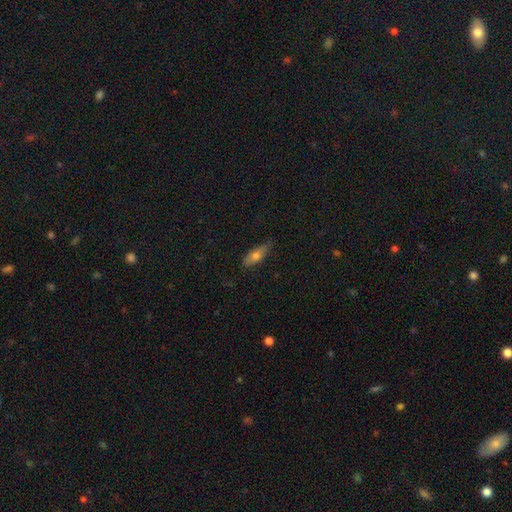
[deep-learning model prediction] Smooth or featured? Predicted: smooth (p=0.66). How rounded? Predicted: in between (p=0.60). Merging? Predicted: none (p=0.74).